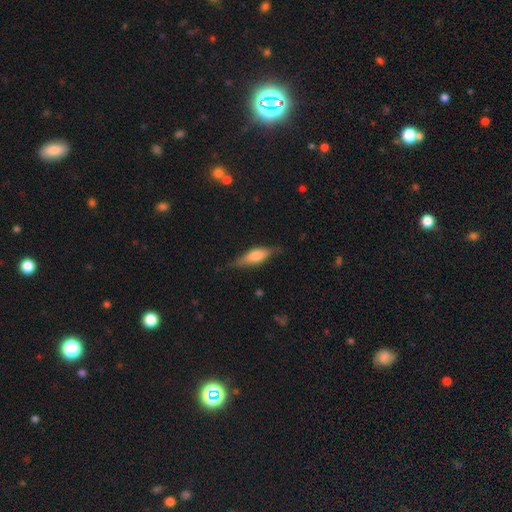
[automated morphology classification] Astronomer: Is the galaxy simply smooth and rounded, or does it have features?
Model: smooth — 58% (runner-up: featured or disk, 35%).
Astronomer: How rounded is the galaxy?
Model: in between — 58% (runner-up: cigar-shaped, 39%).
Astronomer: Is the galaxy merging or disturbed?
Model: none — 72%.